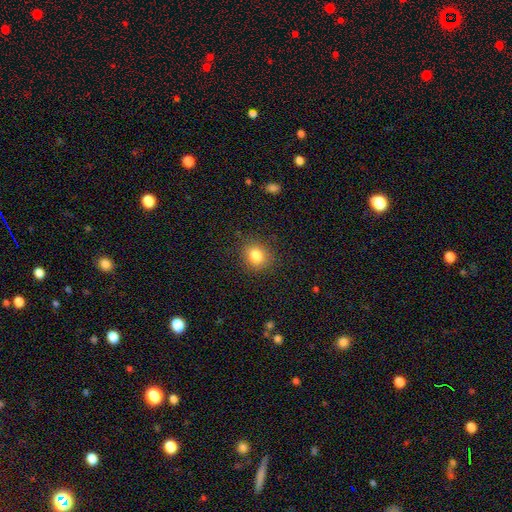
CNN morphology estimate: smooth 82%, star or artifact 11%, featured or disk 6%. Down the decision tree: how rounded — round (73%); merging — none (86%).